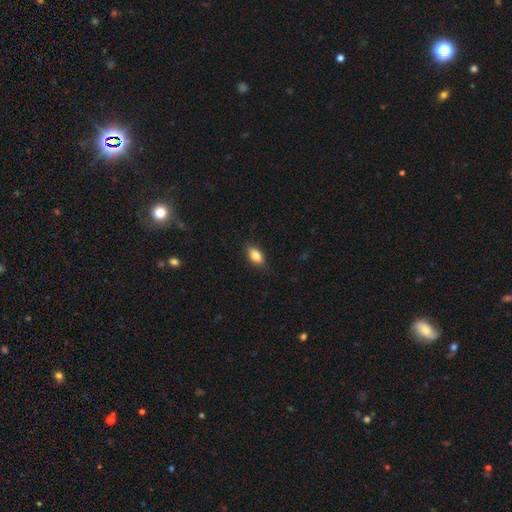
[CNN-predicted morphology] The model was most divided on "merging": none: 85%, minor disturbance: 12%, major disturbance: 2%, merger: 1%. More confident: how rounded — in between (88%); smooth or featured — smooth (83%).